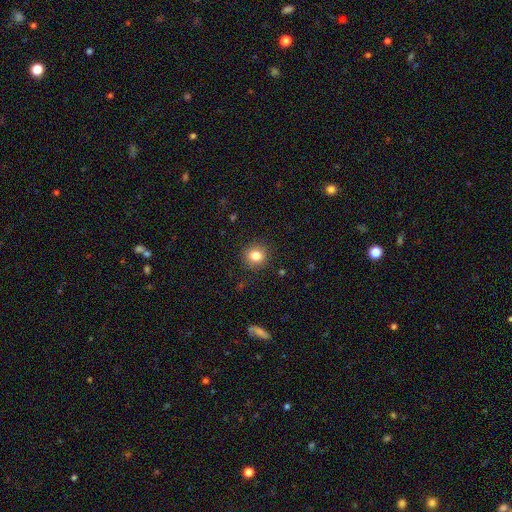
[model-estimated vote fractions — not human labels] The model was most divided on "how rounded": round: 82%, in between: 17%, cigar-shaped: 1%. More confident: merging — none (89%); smooth or featured — smooth (83%).